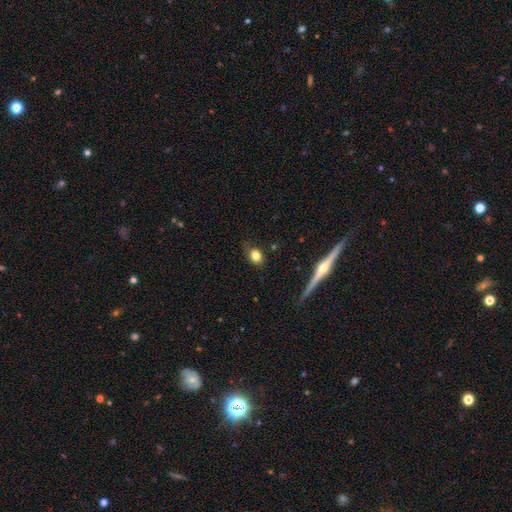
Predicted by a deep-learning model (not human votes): smooth 79%, featured or disk 12%, star or artifact 9%. Down the decision tree: how rounded — in between (52%); merging — none (74%).